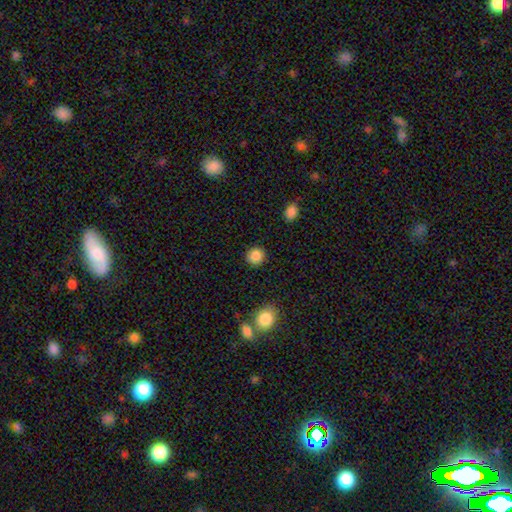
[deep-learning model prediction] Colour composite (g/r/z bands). It shows a smooth galaxy with no disk features (87%) that is round (90%). Merging: none (90%).